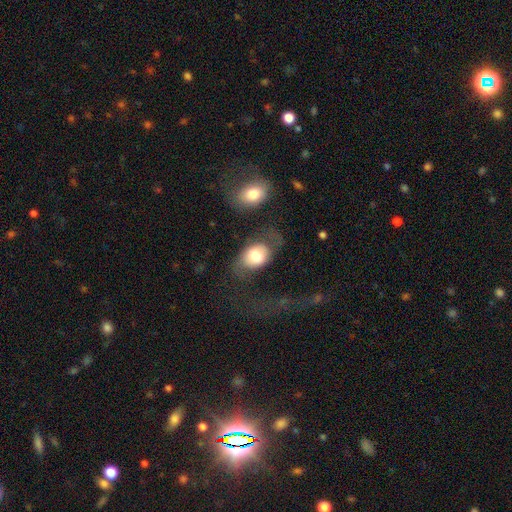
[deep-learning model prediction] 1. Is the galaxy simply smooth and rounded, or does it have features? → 71% smooth, 22% featured or disk, 7% star or artifact.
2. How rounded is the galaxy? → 68% in between, 31% round, 1% cigar-shaped.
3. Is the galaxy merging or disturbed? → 37% none, 35% major disturbance, 20% minor disturbance, 8% merger.